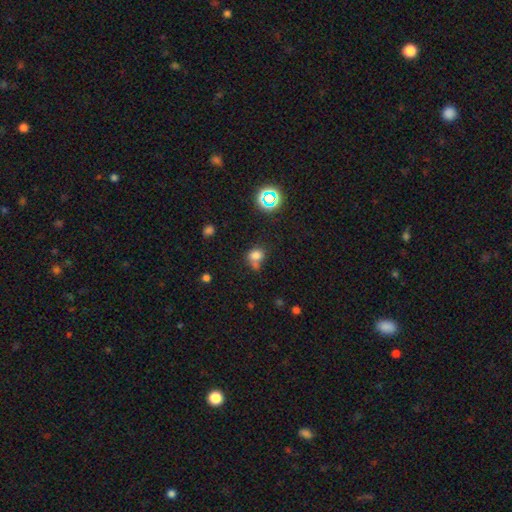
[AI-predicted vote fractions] The model was most divided on "merging": none: 46%, merger: 31%, minor disturbance: 16%, major disturbance: 7%. More confident: smooth or featured — smooth (72%); how rounded — round (60%).